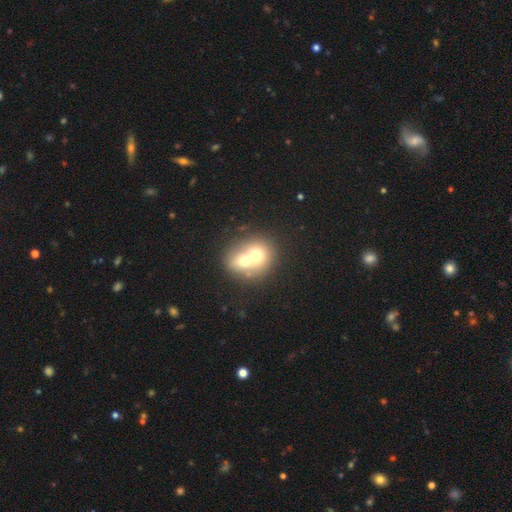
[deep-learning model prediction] A smooth galaxy with no disk features (64%) that is round (72%).

Vote fractions:
- Smooth or featured? smooth: 64% / featured or disk: 26% / star or artifact: 11%
- How rounded? round: 72% / in between: 27% / cigar-shaped: 1%
- Merging? merger: 71% / none: 22% / minor disturbance: 5% / major disturbance: 3%